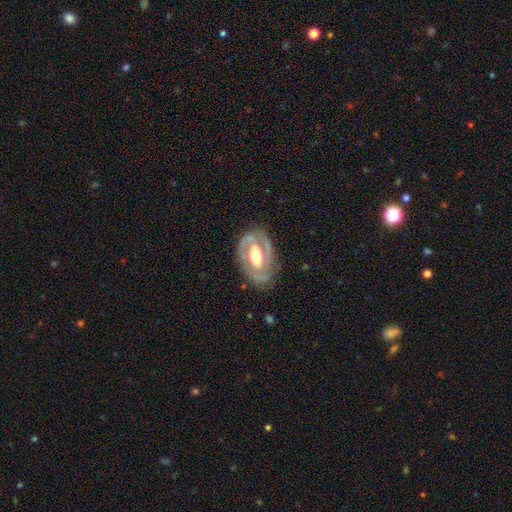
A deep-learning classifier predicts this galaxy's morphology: This appears to be a featured or disk galaxy (78%) with no bar (34%), spiral arms (66%) and a moderate central bulge (66%). Merging: none (76%).